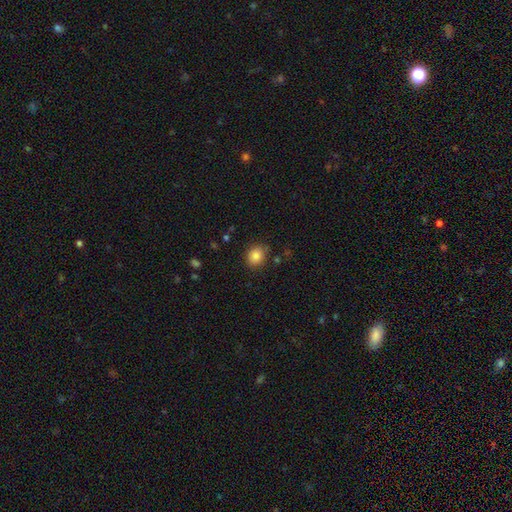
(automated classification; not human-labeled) The model was most divided on "how rounded": round: 61%, in between: 38%, cigar-shaped: 1%. More confident: smooth or featured — smooth (85%); merging — none (82%).